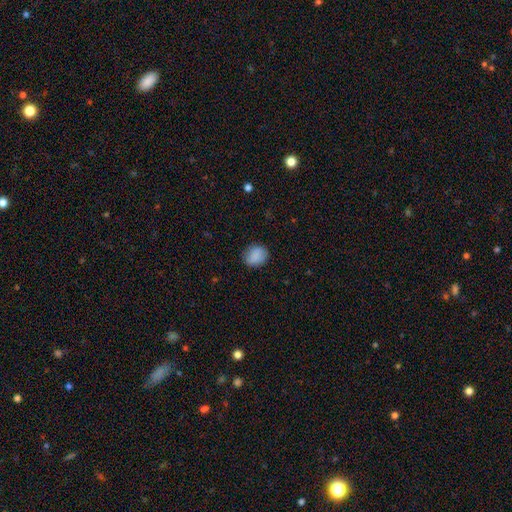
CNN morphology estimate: Q: Smooth or featured?
A: smooth (87%); runner-up: star or artifact (8%)
Q: How rounded?
A: round (57%); runner-up: in between (42%)
Q: Merging?
A: none (82%); runner-up: minor disturbance (14%)